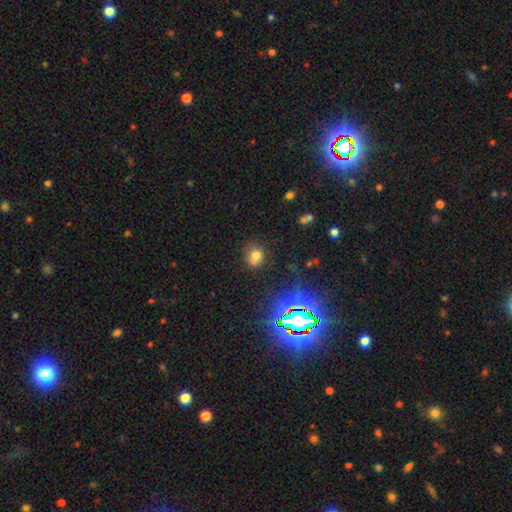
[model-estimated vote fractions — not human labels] Q: Smooth or featured?
A: smooth (70%); runner-up: star or artifact (20%)
Q: How rounded?
A: round (74%); runner-up: in between (25%)
Q: Merging?
A: none (67%); runner-up: minor disturbance (18%)